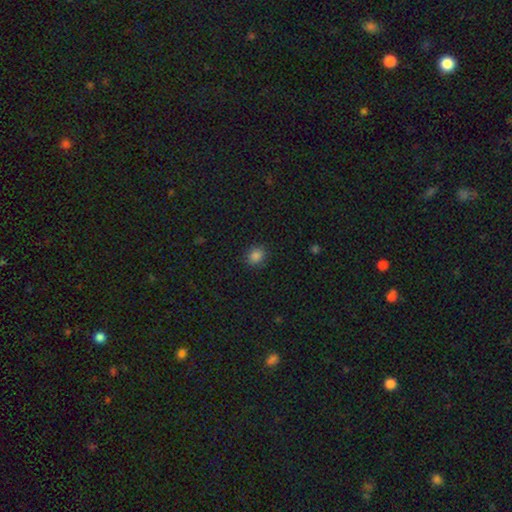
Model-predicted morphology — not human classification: type=smooth (84%); roundness=round (58%); merging=none (87%).